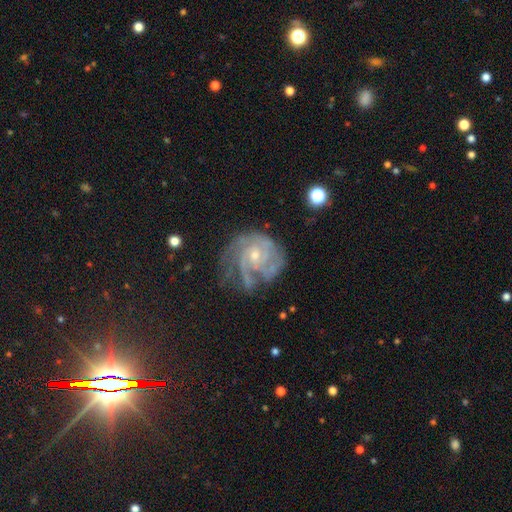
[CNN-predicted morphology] The model was most divided on "spiral arm count": 3: 31%, can't tell: 26%, 2: 16%, 4: 14%, 1: 6%, more than 4: 6%. More confident: edge-on disk — no (98%); spiral arms — yes (95%); smooth or featured — featured or disk (86%); bar — no (69%); bulge size — small (63%); spiral winding — tight (60%); merging — none (51%).